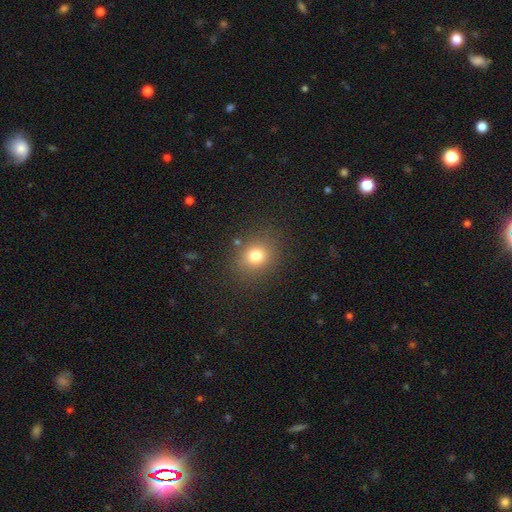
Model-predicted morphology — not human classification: A smooth galaxy with no disk features (77%) that is round (70%).

Vote fractions:
- Smooth or featured? smooth: 77% / star or artifact: 15% / featured or disk: 8%
- How rounded? round: 70% / in between: 29% / cigar-shaped: 1%
- Merging? none: 84% / minor disturbance: 10% / major disturbance: 4% / merger: 2%